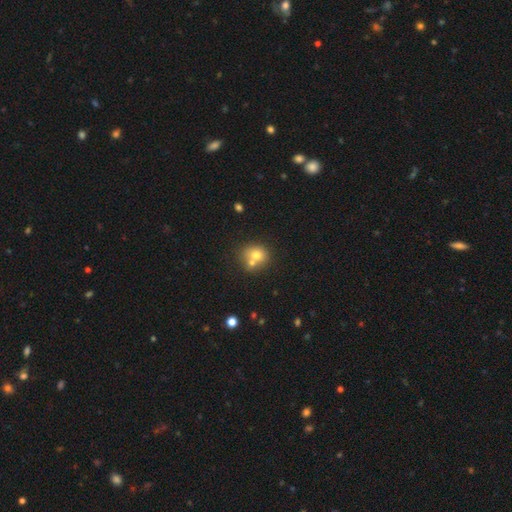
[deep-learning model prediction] smooth_or_featured: smooth (p=0.71) [alt: featured or disk p=0.17]
how_rounded: round (p=0.76) [alt: in between p=0.24]
merging: none (p=0.46) [alt: merger p=0.42]